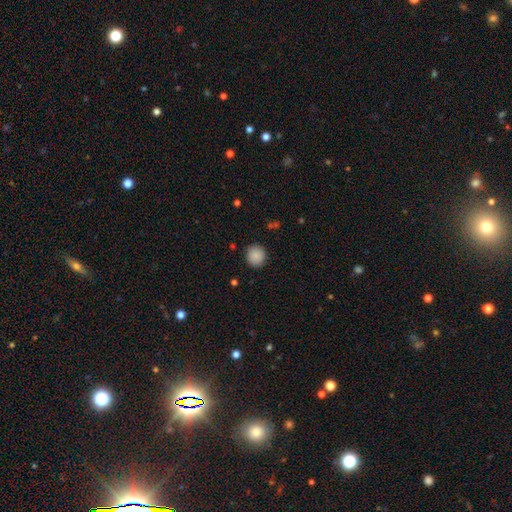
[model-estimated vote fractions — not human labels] Q: Smooth or featured?
A: smooth (89%); runner-up: star or artifact (8%)
Q: How rounded?
A: round (89%); runner-up: in between (10%)
Q: Merging?
A: none (90%); runner-up: minor disturbance (7%)